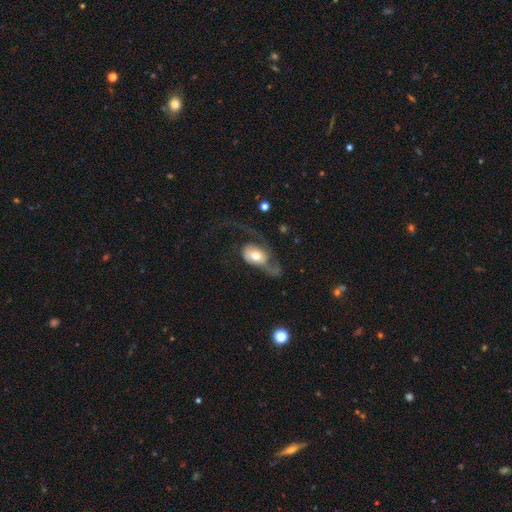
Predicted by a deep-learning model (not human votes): Q: Smooth or featured?
A: smooth (48%); runner-up: featured or disk (45%)
Q: Merging?
A: major disturbance (60%); runner-up: none (20%)